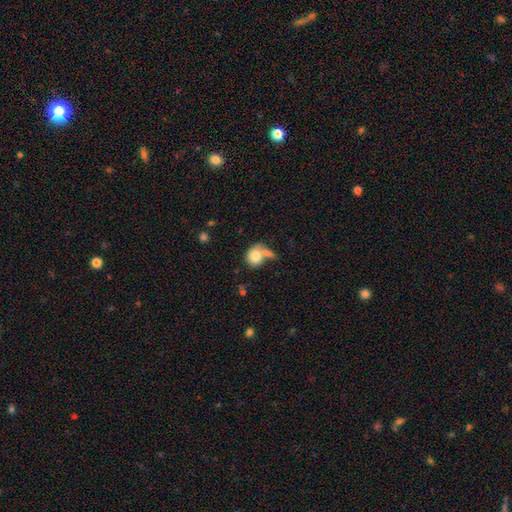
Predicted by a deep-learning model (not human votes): This appears to be a smooth galaxy with no disk features (73%) that is round (63%). Merging: merger (37%).